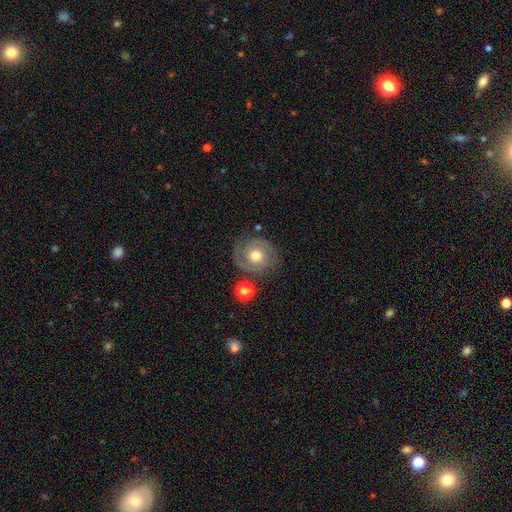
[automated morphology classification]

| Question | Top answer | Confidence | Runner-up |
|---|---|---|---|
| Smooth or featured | featured or disk | 73% | smooth (20%) |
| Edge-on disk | no | 98% | yes (2%) |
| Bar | no | 78% | weak (18%) |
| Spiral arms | yes | 92% | no (8%) |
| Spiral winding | tight | 57% | medium (35%) |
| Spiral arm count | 2 | 84% | can't tell (7%) |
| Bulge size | moderate | 76% | small (11%) |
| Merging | none | 78% | minor disturbance (13%) |